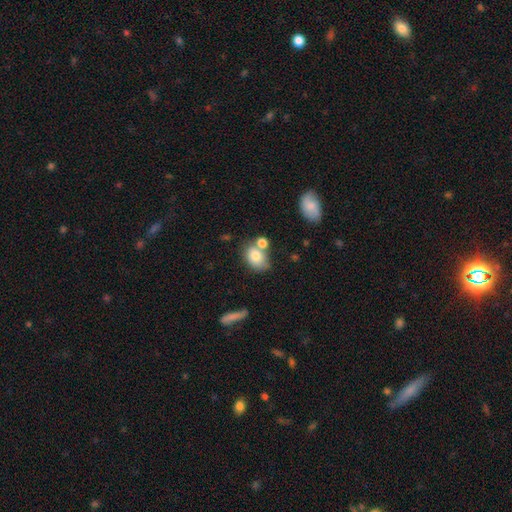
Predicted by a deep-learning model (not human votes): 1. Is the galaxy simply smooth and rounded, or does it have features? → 78% smooth, 13% featured or disk, 9% star or artifact.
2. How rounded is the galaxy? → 73% in between, 26% round, 1% cigar-shaped.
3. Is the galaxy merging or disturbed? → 45% none, 33% merger, 16% minor disturbance, 6% major disturbance.